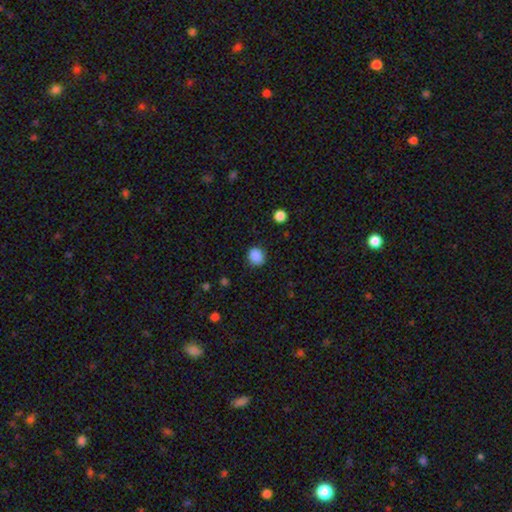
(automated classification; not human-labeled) Q: Smooth or featured?
A: smooth (87%); runner-up: star or artifact (10%)
Q: How rounded?
A: round (68%); runner-up: in between (31%)
Q: Merging?
A: none (82%); runner-up: minor disturbance (13%)